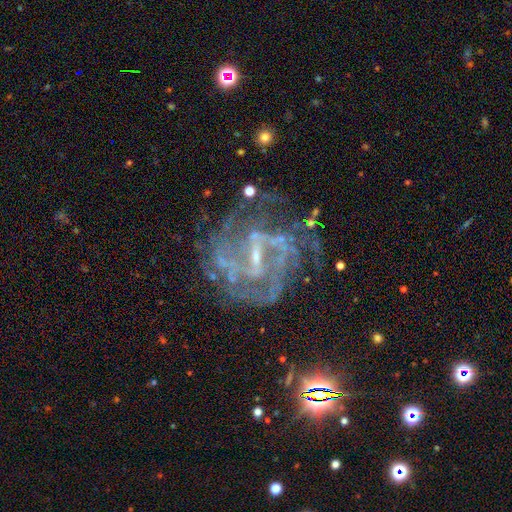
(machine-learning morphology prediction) Smooth or featured: featured or disk — 82% (star or artifact — 12%)
Edge-on disk: no — 97% (yes — 3%)
Bar: weak — 44% (strong — 36%)
Spiral arms: yes — 86% (no — 14%)
Spiral winding: medium — 43% (tight — 40%)
Spiral arm count: can't tell — 34% (2 — 26%)
Bulge size: small — 63% (none — 21%)
Merging: none — 58% (major disturbance — 21%)